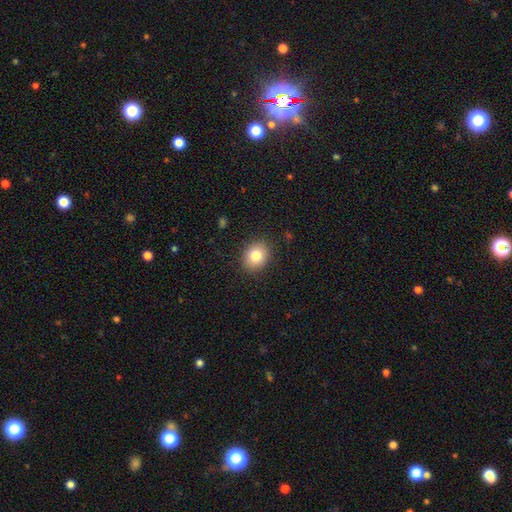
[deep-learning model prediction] smooth 81%, featured or disk 10%, star or artifact 9%. Down the decision tree: how rounded — round (52%); merging — none (89%).